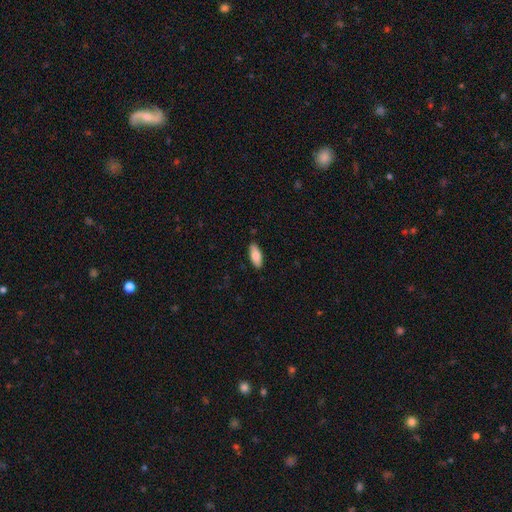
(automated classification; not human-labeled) The model was most divided on "how rounded": in between: 78%, cigar-shaped: 20%, round: 2%. More confident: merging — none (88%); smooth or featured — smooth (83%).